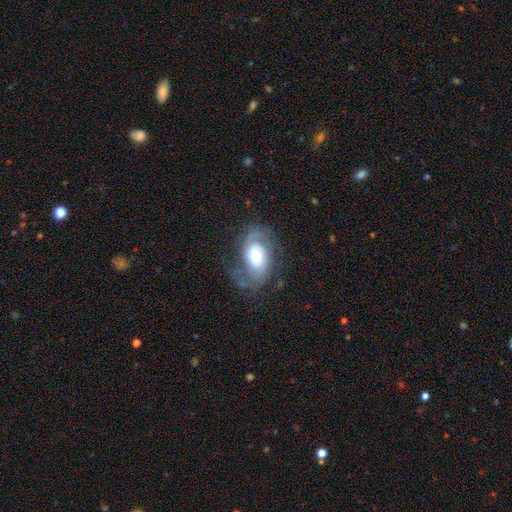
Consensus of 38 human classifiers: A featured or disk galaxy (92%) with no bar (71%), 2 (55%) tight (73%) spiral arms (94%) and a moderate central bulge (66%). Merging: none (68%).